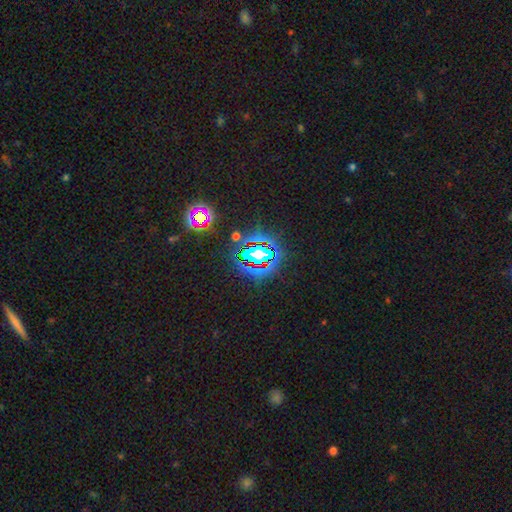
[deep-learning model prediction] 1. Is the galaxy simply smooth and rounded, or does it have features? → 71% star or artifact, 17% smooth, 12% featured or disk.